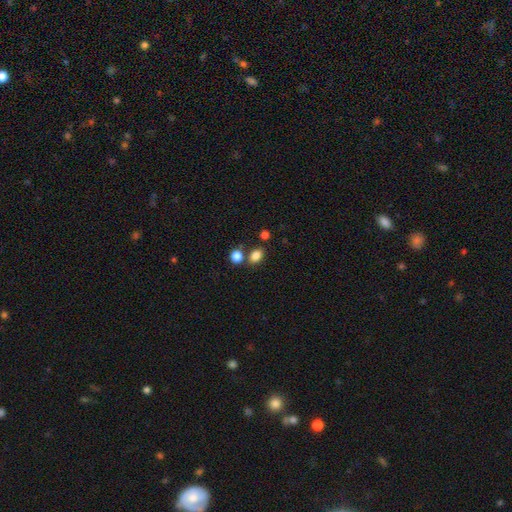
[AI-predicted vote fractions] Smooth or featured? smooth (83%)
How rounded? in between (69%)
Merging? none (68%)